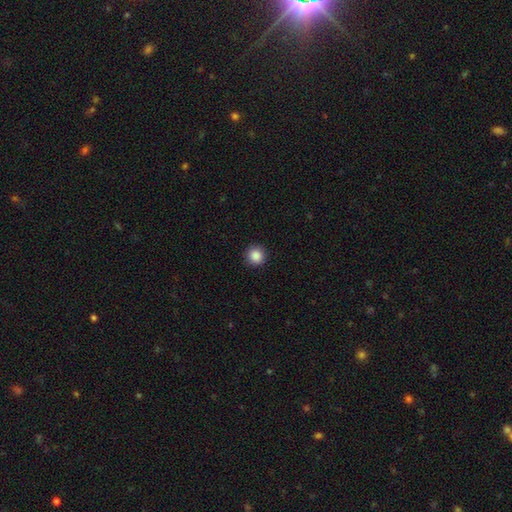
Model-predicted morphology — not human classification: A smooth galaxy with no disk features (88%) that is round (94%).

Vote fractions:
- Smooth or featured? smooth: 88% / star or artifact: 9% / featured or disk: 3%
- How rounded? round: 94% / in between: 5% / cigar-shaped: 1%
- Merging? none: 92% / minor disturbance: 5% / major disturbance: 2% / merger: 1%